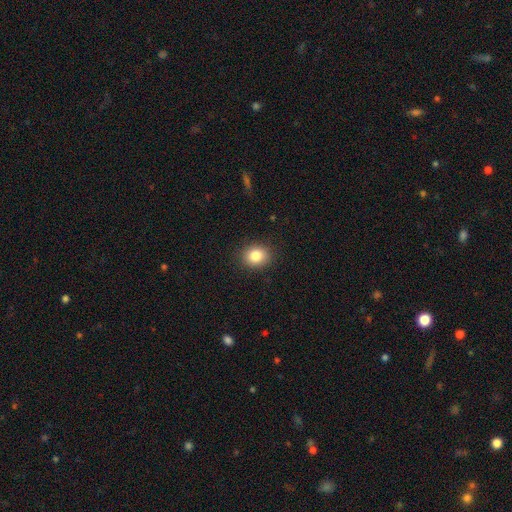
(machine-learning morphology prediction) Smooth or featured? Predicted: smooth (p=0.83). How rounded? Predicted: round (p=0.65). Merging? Predicted: none (p=0.89).